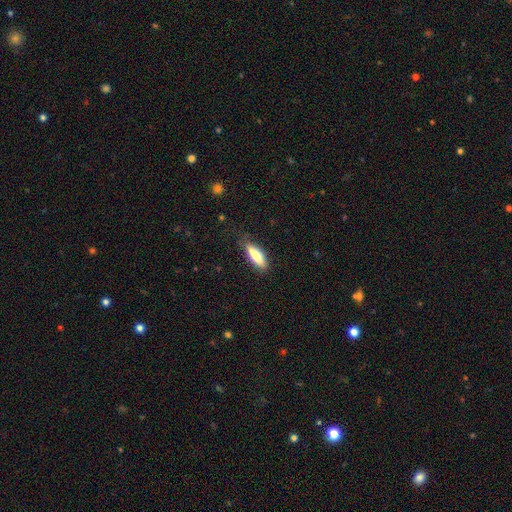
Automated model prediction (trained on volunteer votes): The model was most divided on "how rounded": cigar-shaped: 52%, in between: 46%, round: 2%. More confident: smooth or featured — smooth (79%); merging — none (78%).